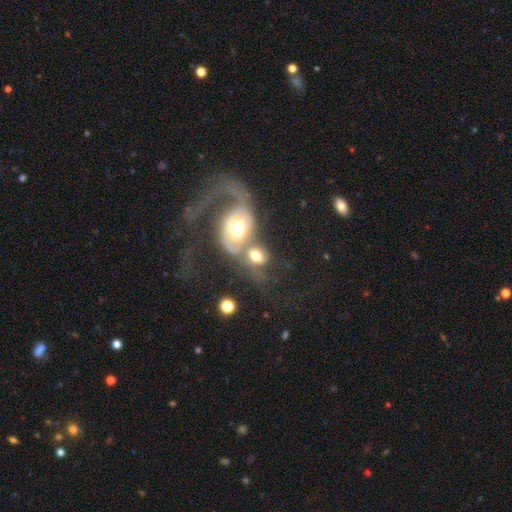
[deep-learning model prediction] A featured or disk galaxy (54%) with no bar (67%), spiral arms (73%) and a moderate central bulge (45%).

Vote fractions:
- Smooth or featured? featured or disk: 54% / smooth: 38% / star or artifact: 8%
- Edge-on disk? no: 94% / yes: 6%
- Bar? no: 67% / weak: 24% / strong: 9%
- Spiral arms? yes: 73% / no: 27%
- Bulge size? moderate: 45% / large: 41% / dominant: 7% / small: 5% / none: 2%
- Merging? merger: 64% / none: 16% / major disturbance: 11% / minor disturbance: 8%